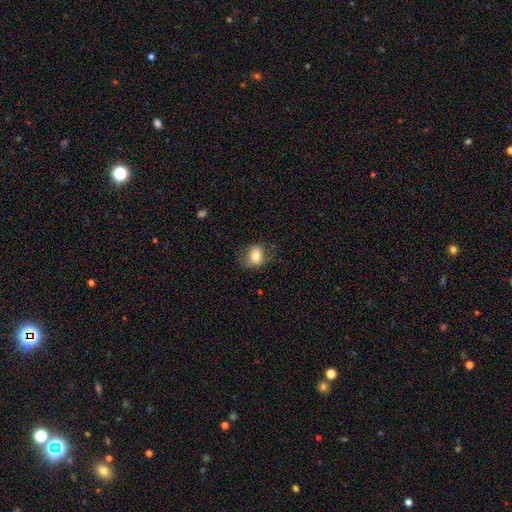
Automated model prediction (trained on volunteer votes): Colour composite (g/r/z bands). It shows a smooth galaxy with no disk features (77%) that is in between round and cigar-shaped (50%). Merging: none (69%).